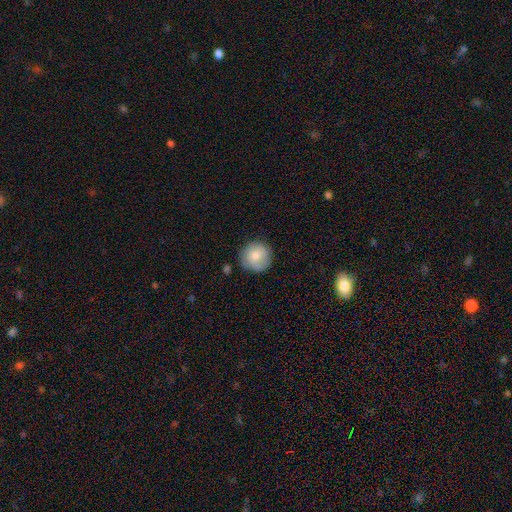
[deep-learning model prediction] Smooth or featured? Predicted: smooth (p=0.80). How rounded? Predicted: round (p=0.94). Merging? Predicted: none (p=0.80).